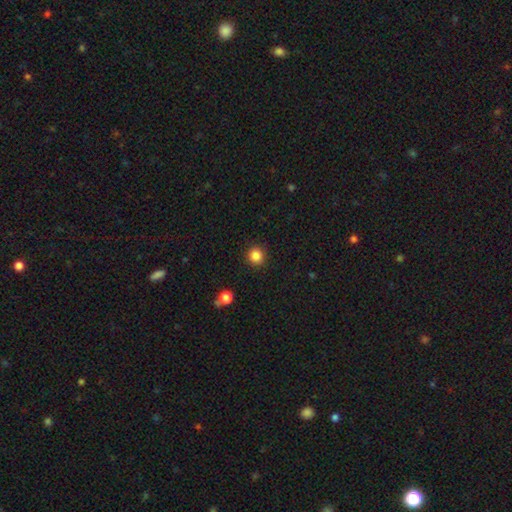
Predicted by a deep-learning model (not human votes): smooth-or-featured: smooth: 85% | star or artifact: 12% | featured or disk: 4%
  how-rounded: round: 91% | in between: 8% | cigar-shaped: 1%
  merging: none: 91% | minor disturbance: 5% | major disturbance: 2% | merger: 1%